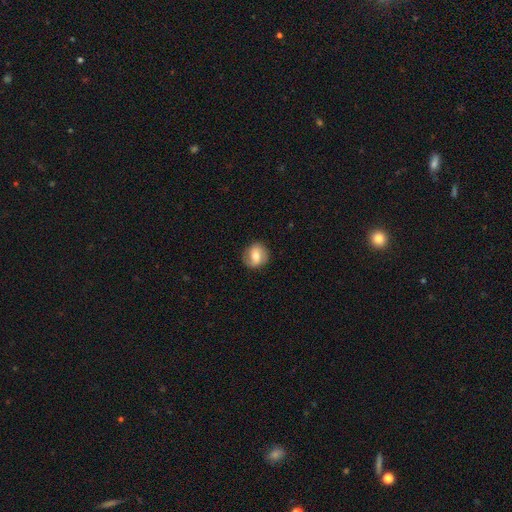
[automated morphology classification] Q: Smooth or featured?
A: smooth (52%); runner-up: featured or disk (39%)
Q: How rounded?
A: round (81%); runner-up: in between (18%)
Q: Merging?
A: none (84%); runner-up: minor disturbance (11%)